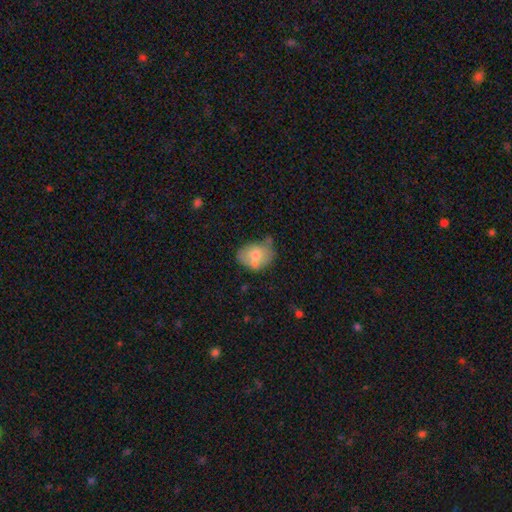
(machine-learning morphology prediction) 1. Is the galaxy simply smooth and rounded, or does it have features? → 69% smooth, 24% featured or disk, 8% star or artifact.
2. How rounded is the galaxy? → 69% in between, 30% round, 1% cigar-shaped.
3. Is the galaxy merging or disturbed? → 48% none, 31% minor disturbance, 13% merger, 9% major disturbance.